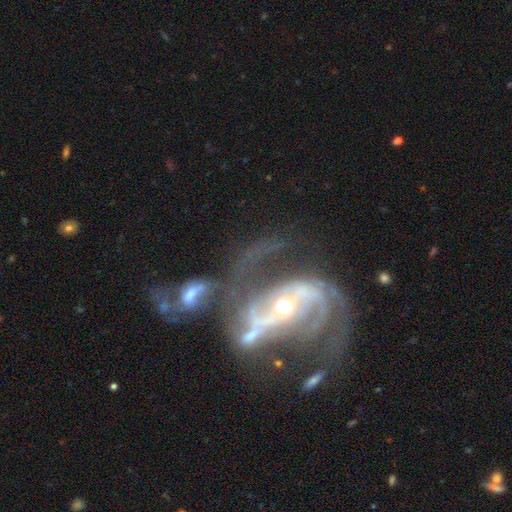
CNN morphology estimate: A featured or disk galaxy (90%) with a strong bar (48%), 2 (73%) medium (48%) spiral arms (95%) and a small central bulge (51%).

Vote fractions:
- Smooth or featured? featured or disk: 90% / star or artifact: 6% / smooth: 4%
- Edge-on disk? no: 97% / yes: 3%
- Bar? strong: 48% / weak: 29% / no: 23%
- Spiral arms? yes: 95% / no: 5%
- Spiral winding? medium: 48% / loose: 27% / tight: 25%
- Spiral arm count? 2: 73% / can't tell: 9% / 3: 8% / 1: 4% / 4: 3% / more than 4: 3%
- Bulge size? small: 51% / moderate: 44% / large: 3% / none: 1% / dominant: 1%
- Merging? merger: 36% / major disturbance: 26% / none: 25% / minor disturbance: 13%